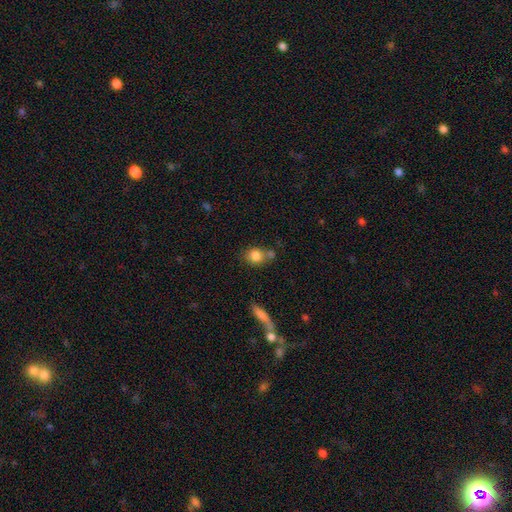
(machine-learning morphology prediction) Q: Smooth or featured?
A: smooth (83%); runner-up: featured or disk (9%)
Q: How rounded?
A: round (61%); runner-up: in between (37%)
Q: Merging?
A: none (56%); runner-up: merger (24%)